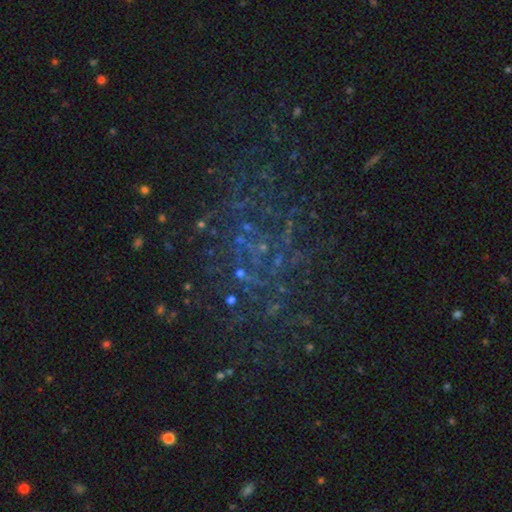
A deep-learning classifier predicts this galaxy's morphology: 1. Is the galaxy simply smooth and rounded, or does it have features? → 55% star or artifact, 24% featured or disk, 21% smooth.